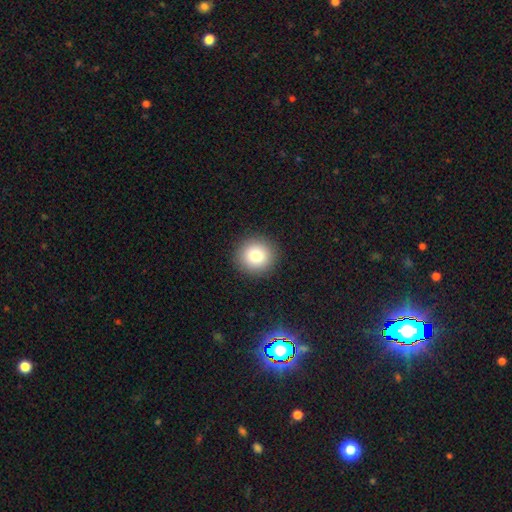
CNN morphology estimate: smooth_or_featured: smooth (p=0.80) [alt: star or artifact p=0.11]
how_rounded: round (p=0.93) [alt: in between p=0.06]
merging: none (p=0.92) [alt: minor disturbance p=0.05]